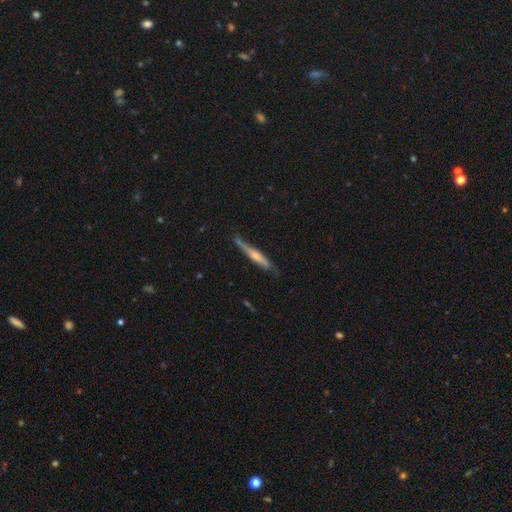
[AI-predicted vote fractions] Overall: featured or disk (56%; smooth 39%). Edge-on disk: yes (88%). Merging: none (66%).